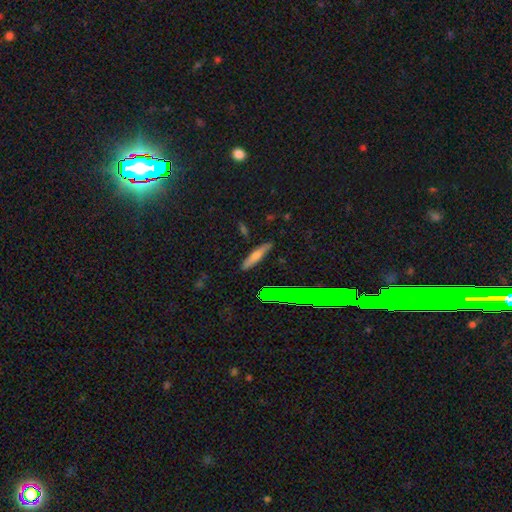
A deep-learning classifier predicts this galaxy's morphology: A smooth galaxy with no disk features (60%) that is cigar-shaped (81%).

Vote fractions:
- Smooth or featured? smooth: 60% / featured or disk: 30% / star or artifact: 10%
- How rounded? cigar-shaped: 81% / in between: 16% / round: 2%
- Merging? none: 84% / minor disturbance: 12% / major disturbance: 3% / merger: 2%